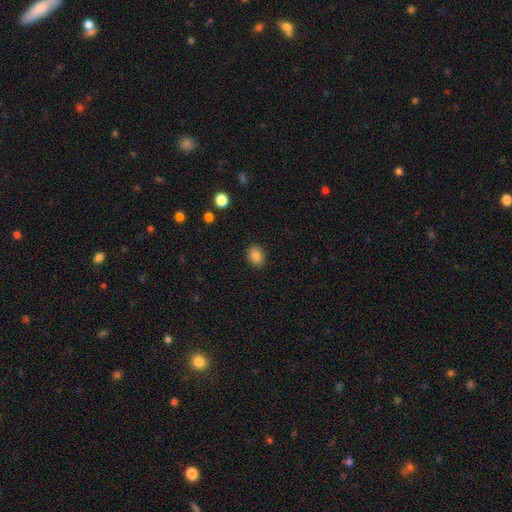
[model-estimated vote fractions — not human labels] Smooth or featured? Predicted: smooth (p=0.86). How rounded? Predicted: in between (p=0.57). Merging? Predicted: none (p=0.89).